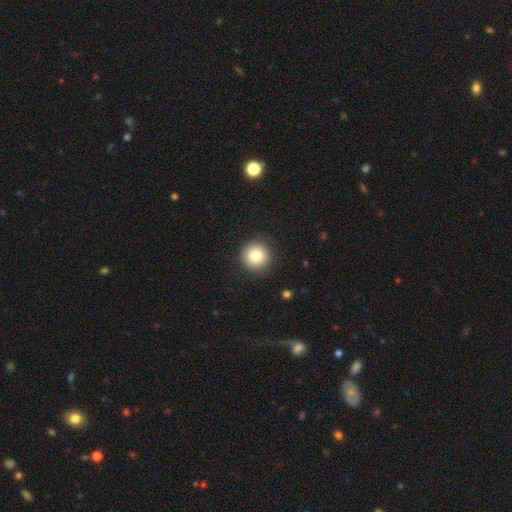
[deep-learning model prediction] smooth 82%, star or artifact 10%, featured or disk 8%. Down the decision tree: how rounded — round (96%); merging — none (91%).